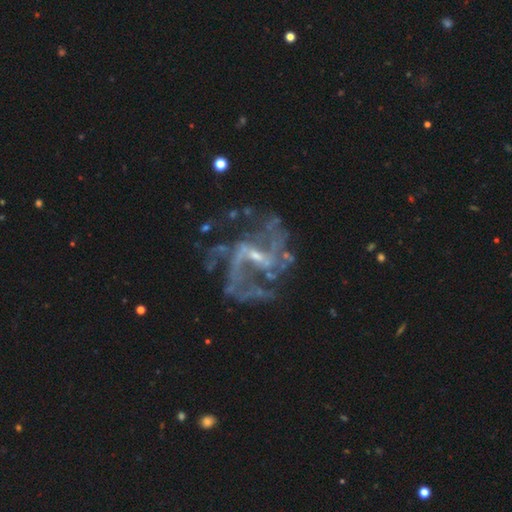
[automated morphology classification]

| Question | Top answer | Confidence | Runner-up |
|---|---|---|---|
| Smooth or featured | featured or disk | 85% | star or artifact (11%) |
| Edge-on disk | no | 97% | yes (3%) |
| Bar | weak | 49% | strong (31%) |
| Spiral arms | yes | 92% | no (8%) |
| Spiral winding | medium | 45% | loose (39%) |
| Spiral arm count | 2 | 41% | can't tell (20%) |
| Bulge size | small | 66% | moderate (18%) |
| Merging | none | 58% | major disturbance (22%) |